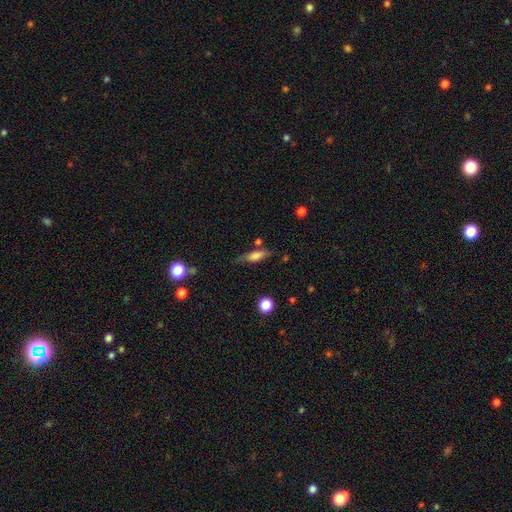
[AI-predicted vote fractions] Q: Smooth or featured?
A: smooth (64%); runner-up: featured or disk (28%)
Q: How rounded?
A: in between (52%); runner-up: cigar-shaped (45%)
Q: Merging?
A: none (67%); runner-up: minor disturbance (21%)